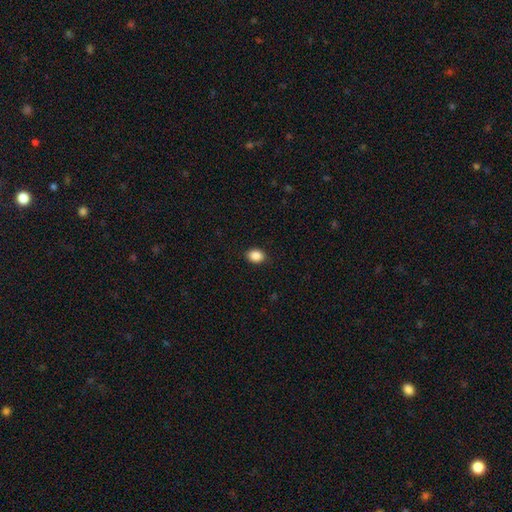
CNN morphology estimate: Smooth or featured? smooth (88%)
How rounded? in between (63%)
Merging? none (90%)